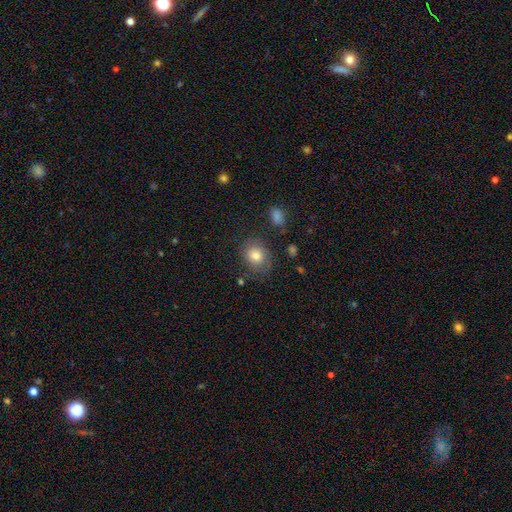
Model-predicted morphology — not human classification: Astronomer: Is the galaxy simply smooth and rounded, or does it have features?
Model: smooth — 73%.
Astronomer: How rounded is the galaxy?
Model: round — 63%.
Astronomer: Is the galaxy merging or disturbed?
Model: none — 72%.